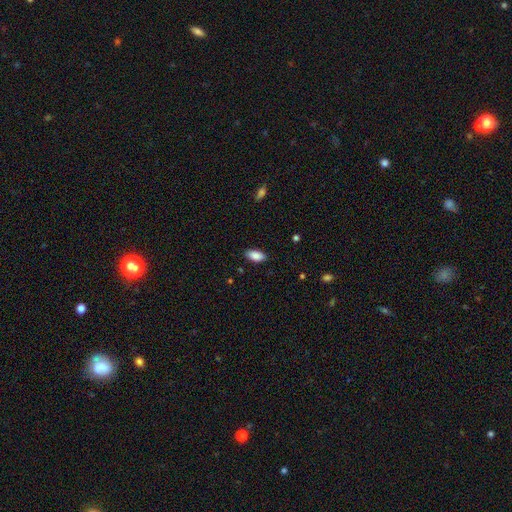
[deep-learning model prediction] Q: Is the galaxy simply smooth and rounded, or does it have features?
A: smooth — 88%.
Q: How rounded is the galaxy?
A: in between — 92%.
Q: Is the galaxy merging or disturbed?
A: none — 87%.